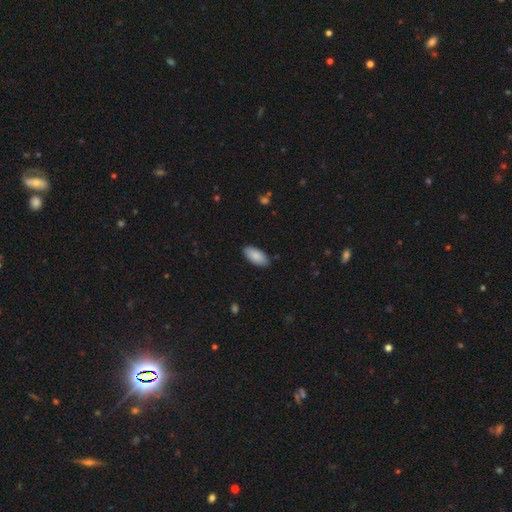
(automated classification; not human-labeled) Smooth or featured? Predicted: smooth (p=0.88). How rounded? Predicted: in between (p=0.93). Merging? Predicted: none (p=0.87).